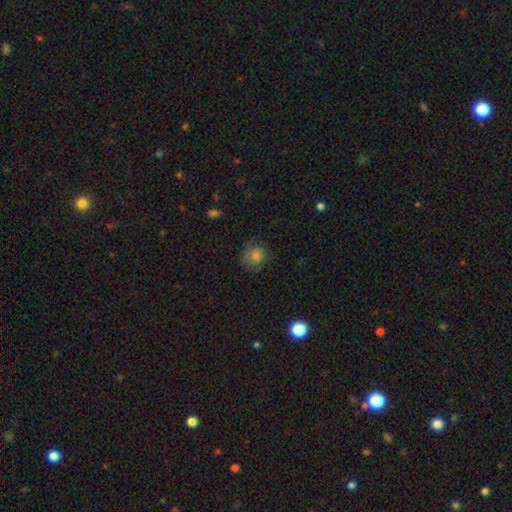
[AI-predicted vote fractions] Morphology: type=smooth (55%); roundness=round (81%); merging=none (67%).